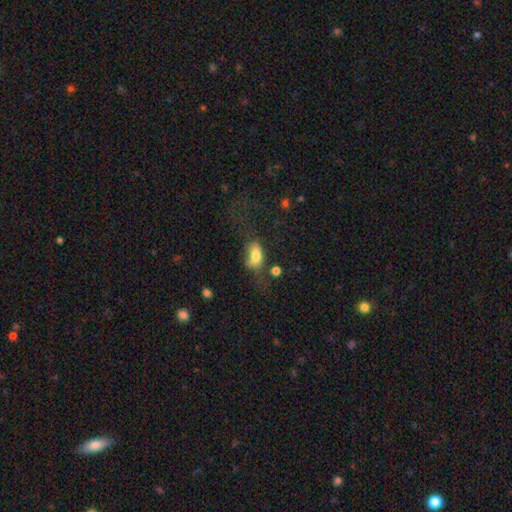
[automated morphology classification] Overall: smooth (69%). How rounded: in between (85%). Merging: major disturbance (39%; none 30%).